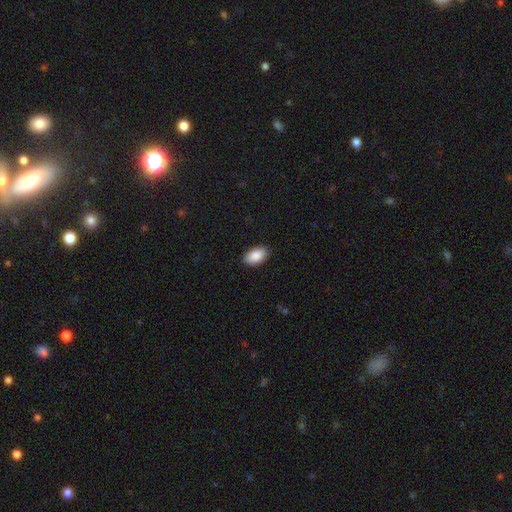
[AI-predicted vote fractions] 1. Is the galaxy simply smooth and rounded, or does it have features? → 90% smooth, 6% star or artifact, 4% featured or disk.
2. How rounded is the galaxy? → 95% in between, 4% round, 2% cigar-shaped.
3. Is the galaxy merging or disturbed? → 89% none, 8% minor disturbance, 2% major disturbance, 1% merger.